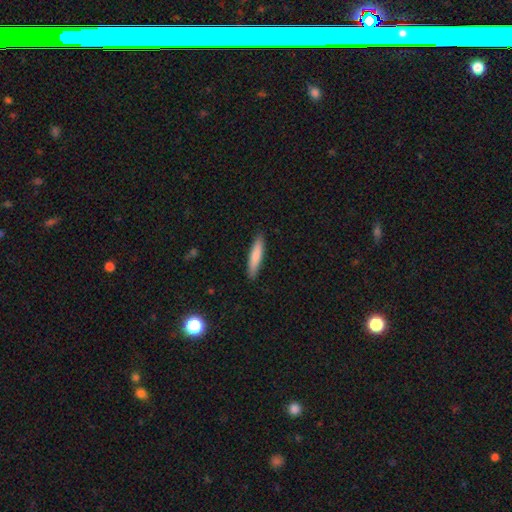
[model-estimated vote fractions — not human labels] A smooth galaxy with no disk features (81%) that is cigar-shaped (86%). Merging: none (90%).